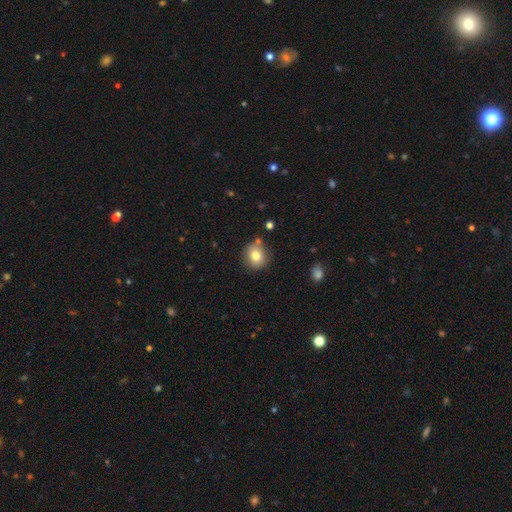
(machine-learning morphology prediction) Smooth or featured? Predicted: smooth (p=0.78). How rounded? Predicted: round (p=0.85). Merging? Predicted: none (p=0.79).